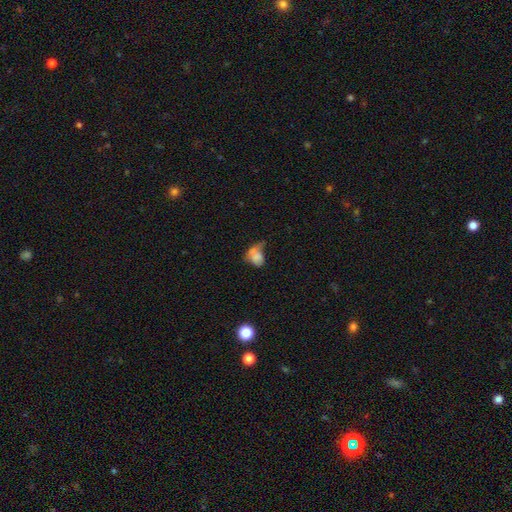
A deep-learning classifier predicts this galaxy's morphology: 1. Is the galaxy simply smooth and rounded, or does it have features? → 67% smooth, 20% featured or disk, 13% star or artifact.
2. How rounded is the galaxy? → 70% in between, 28% round, 2% cigar-shaped.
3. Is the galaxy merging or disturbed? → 28% major disturbance, 25% minor disturbance, 25% none, 22% merger.